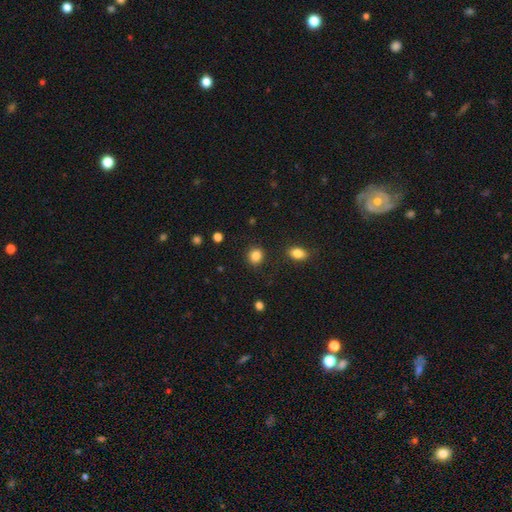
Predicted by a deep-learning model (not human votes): The model was most divided on "how rounded": round: 79%, in between: 20%, cigar-shaped: 1%. More confident: merging — none (88%); smooth or featured — smooth (85%).